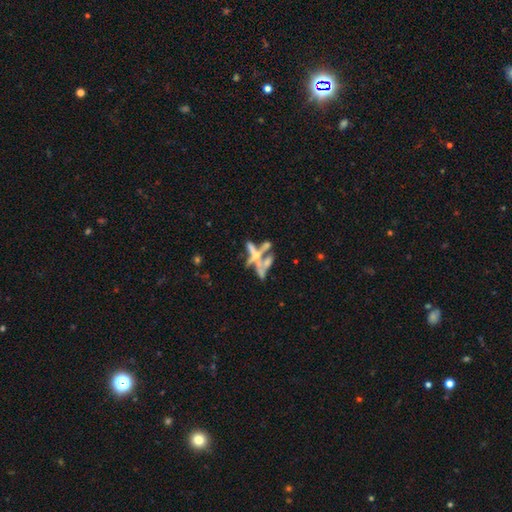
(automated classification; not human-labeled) Smooth or featured? featured or disk (59%)
Edge-on disk? no (67%)
Merging? merger (50%)